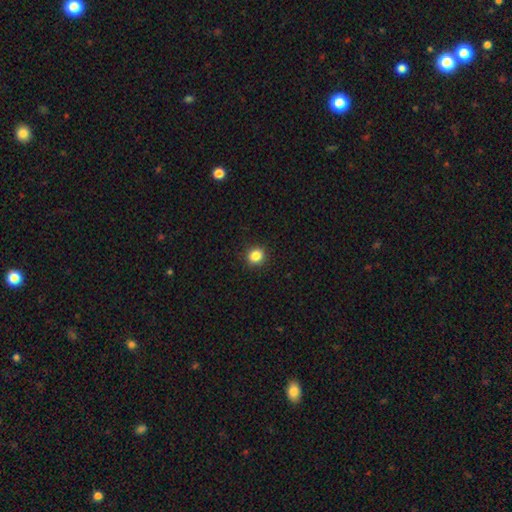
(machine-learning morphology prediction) smooth_or_featured: smooth (p=0.85) [alt: star or artifact p=0.11]
how_rounded: round (p=0.87) [alt: in between p=0.12]
merging: none (p=0.92) [alt: minor disturbance p=0.05]